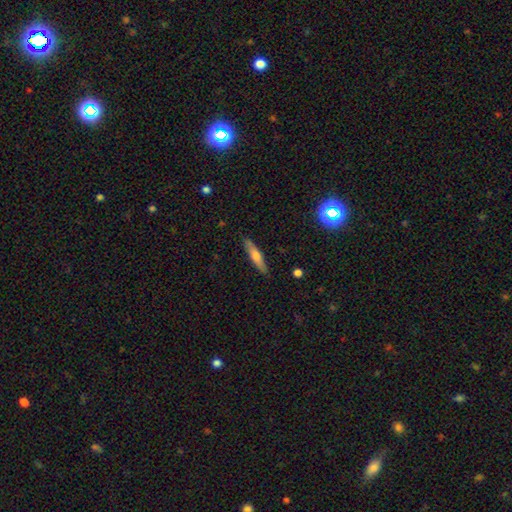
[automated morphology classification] smooth 55%, featured or disk 38%, star or artifact 7%. Down the decision tree: how rounded — cigar-shaped (83%); merging — none (88%).